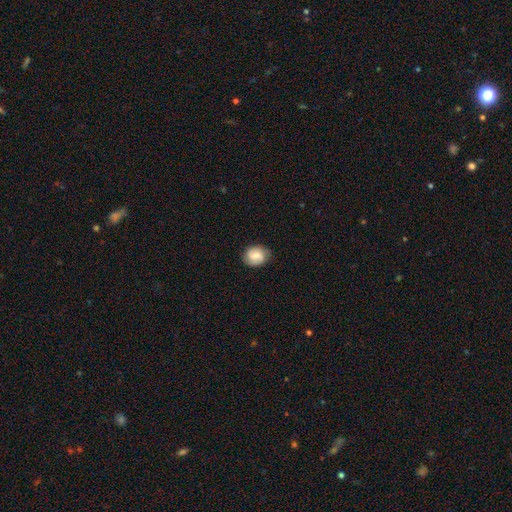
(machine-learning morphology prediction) The model was most divided on "how rounded": round: 61%, in between: 38%, cigar-shaped: 1%. More confident: merging — none (83%); smooth or featured — smooth (62%).